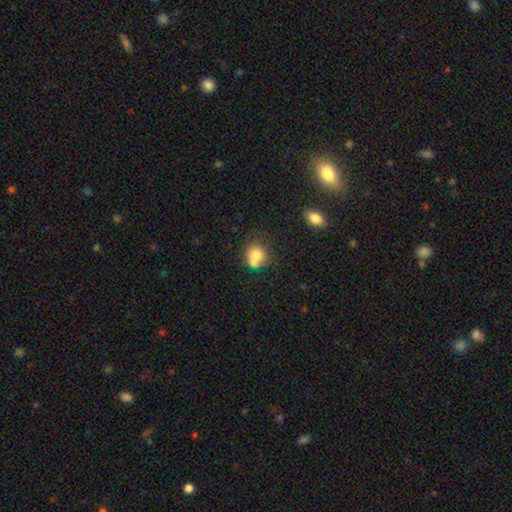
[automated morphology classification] smooth 75%, featured or disk 15%, star or artifact 10%. Down the decision tree: how rounded — round (72%); merging — none (43%).